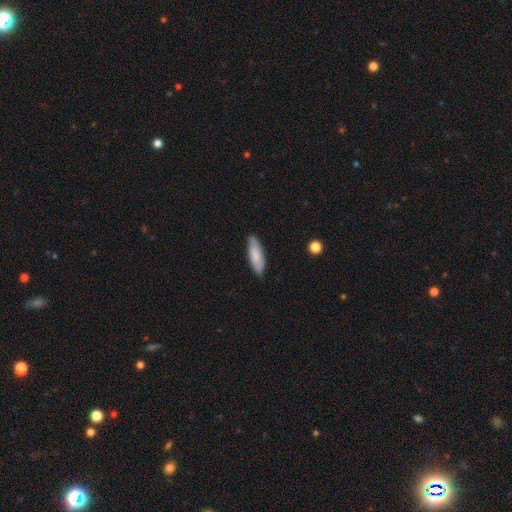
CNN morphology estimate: smooth_or_featured: smooth (p=0.82) [alt: featured or disk p=0.13]
how_rounded: cigar-shaped (p=0.49) [tied with: in between p=0.49]
merging: none (p=0.84) [alt: minor disturbance p=0.13]